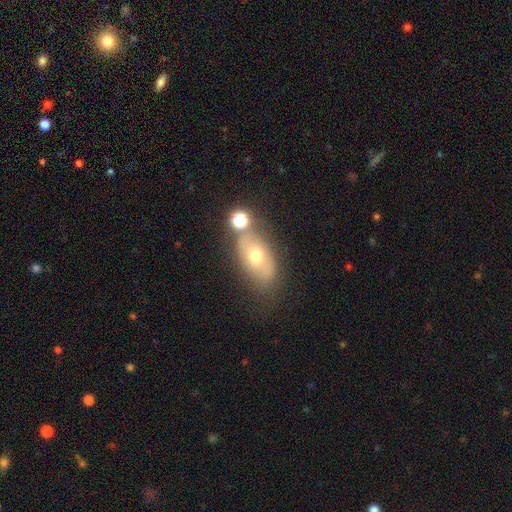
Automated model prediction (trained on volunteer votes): smooth_or_featured: smooth (p=0.48) [alt: featured or disk p=0.41]
merging: none (p=0.53) [alt: merger p=0.21]